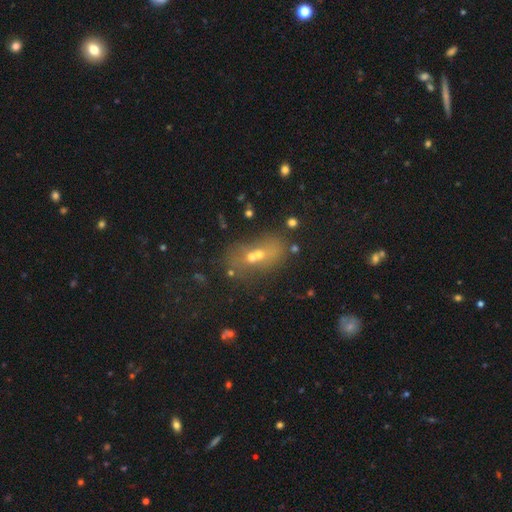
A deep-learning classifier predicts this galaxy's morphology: Smooth or featured? Predicted: smooth (p=0.48). Merging? Predicted: merger (p=0.54).